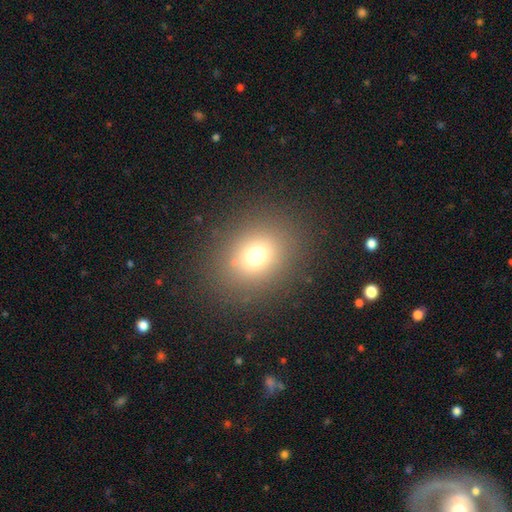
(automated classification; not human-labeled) The model was most divided on "how rounded": round: 64%, in between: 35%, cigar-shaped: 1%. More confident: merging — none (85%); smooth or featured — smooth (71%).